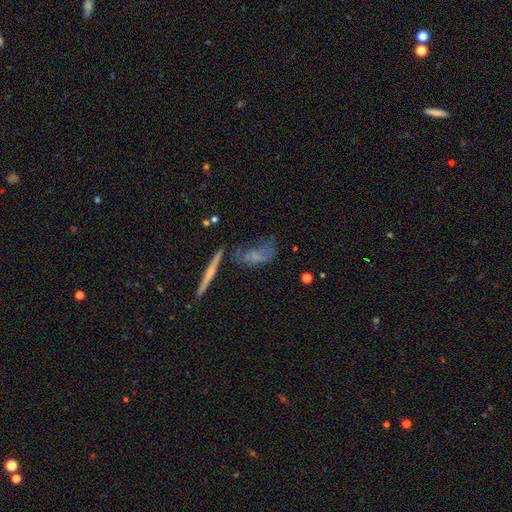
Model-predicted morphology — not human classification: Smooth or featured? Predicted: featured or disk (p=0.44). Merging? Predicted: none (p=0.39).